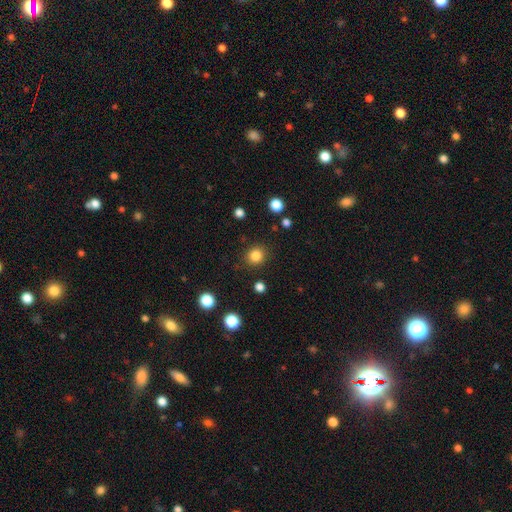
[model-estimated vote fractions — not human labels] Smooth or featured? Predicted: smooth (p=0.84). How rounded? Predicted: round (p=0.88). Merging? Predicted: none (p=0.88).